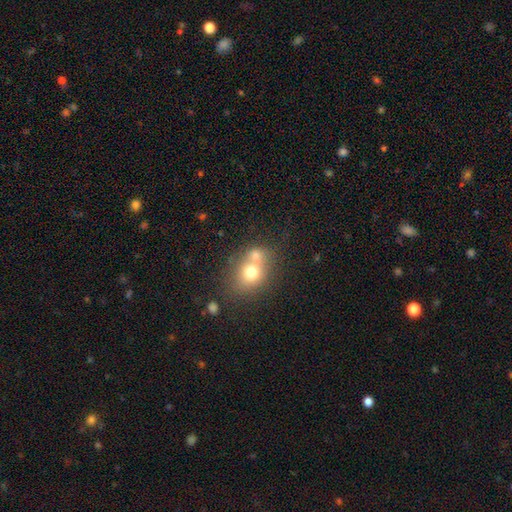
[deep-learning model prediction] Overall: smooth (69%). How rounded: round (56%; in between 43%). Merging: merger (51%; none 34%).